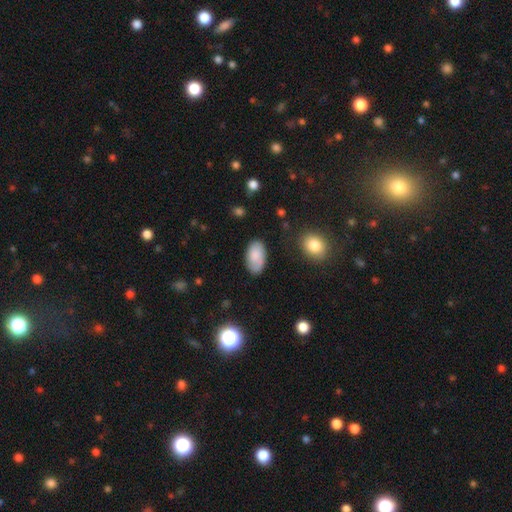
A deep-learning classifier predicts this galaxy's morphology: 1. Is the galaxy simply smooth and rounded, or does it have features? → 81% smooth, 12% featured or disk, 7% star or artifact.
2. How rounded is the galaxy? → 95% in between, 3% round, 2% cigar-shaped.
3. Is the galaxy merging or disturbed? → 77% none, 17% minor disturbance, 4% major disturbance, 2% merger.